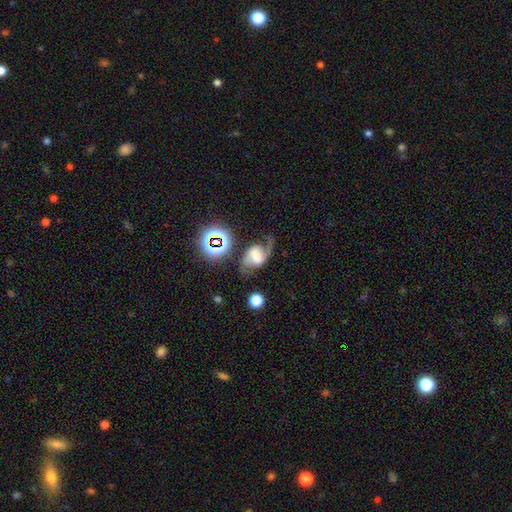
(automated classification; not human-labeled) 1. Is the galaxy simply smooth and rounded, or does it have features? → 75% featured or disk, 14% smooth, 12% star or artifact.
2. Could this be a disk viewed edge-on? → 97% no, 3% yes.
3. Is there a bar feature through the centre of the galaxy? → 40% weak, 36% strong, 24% no.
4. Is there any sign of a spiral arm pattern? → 94% yes, 6% no.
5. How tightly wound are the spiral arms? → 59% loose, 33% medium, 8% tight.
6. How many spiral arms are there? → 90% 2, 4% 1, 3% can't tell, 1% 3, 1% 4, 1% more than 4.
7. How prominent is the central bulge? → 30% large, 26% none, 19% moderate, 14% small, 11% dominant.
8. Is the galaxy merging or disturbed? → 65% none, 18% minor disturbance, 13% major disturbance, 4% merger.